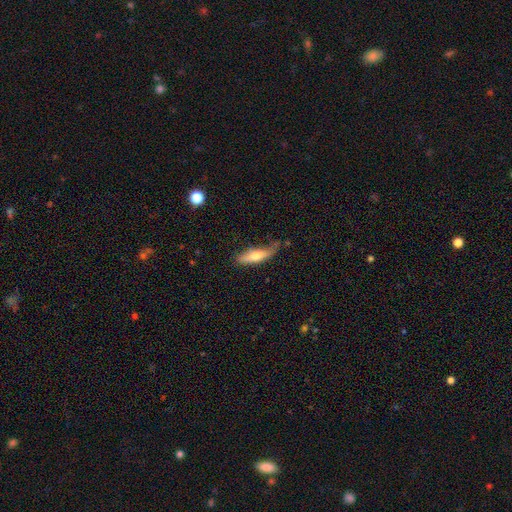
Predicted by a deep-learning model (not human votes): Smooth or featured? smooth (63%)
How rounded? cigar-shaped (64%)
Merging? none (55%)